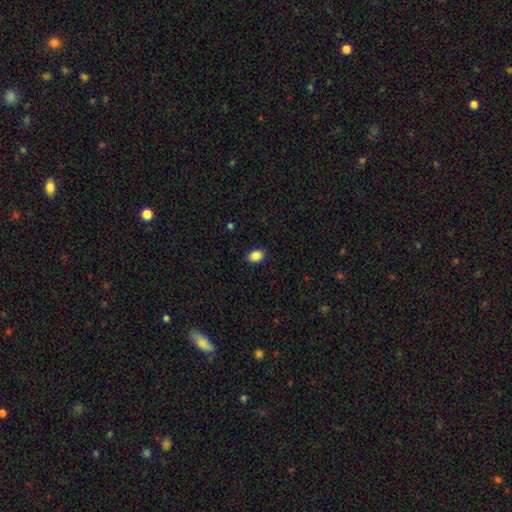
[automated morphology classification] smooth_or_featured: smooth (p=0.88) [alt: star or artifact p=0.08]
how_rounded: in between (p=0.78) [alt: round p=0.21]
merging: none (p=0.89) [alt: minor disturbance p=0.08]